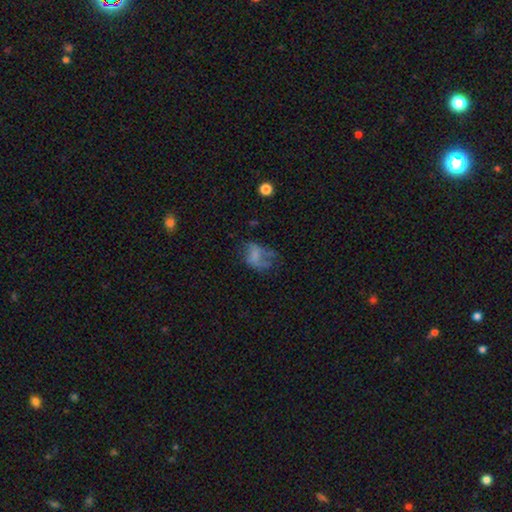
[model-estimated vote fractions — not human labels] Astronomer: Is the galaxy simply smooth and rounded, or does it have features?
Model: smooth — 49% (runner-up: featured or disk, 36%).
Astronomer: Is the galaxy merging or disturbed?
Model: major disturbance — 38% (runner-up: none, 34%).